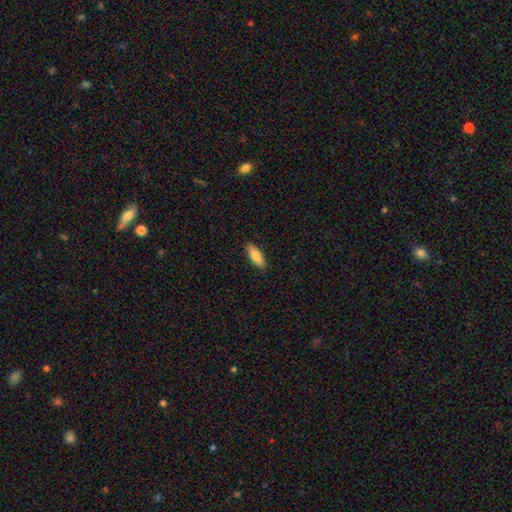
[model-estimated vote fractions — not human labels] Overall: smooth (83%). How rounded: in between (68%; cigar-shaped 31%). Merging: none (89%).